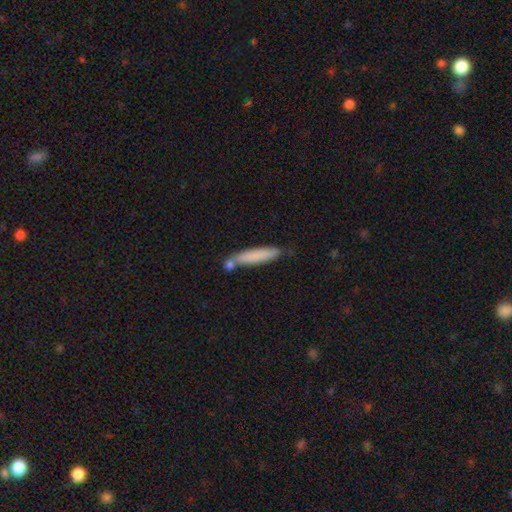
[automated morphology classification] Q: Smooth or featured?
A: smooth (78%); runner-up: featured or disk (15%)
Q: How rounded?
A: cigar-shaped (87%); runner-up: in between (11%)
Q: Merging?
A: none (65%); runner-up: merger (16%)